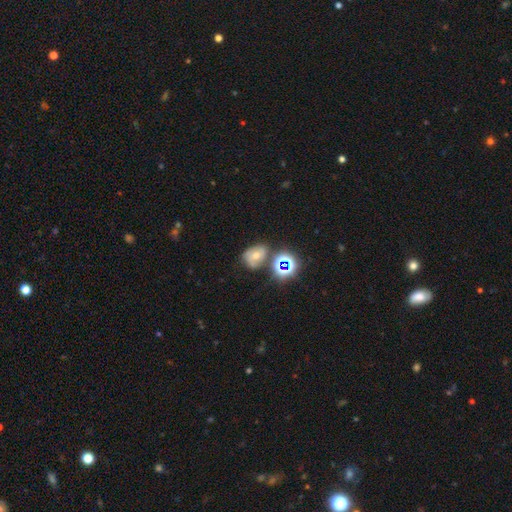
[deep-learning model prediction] This is marginally a featured or disk galaxy (40%). Merging: possibly none (54%).